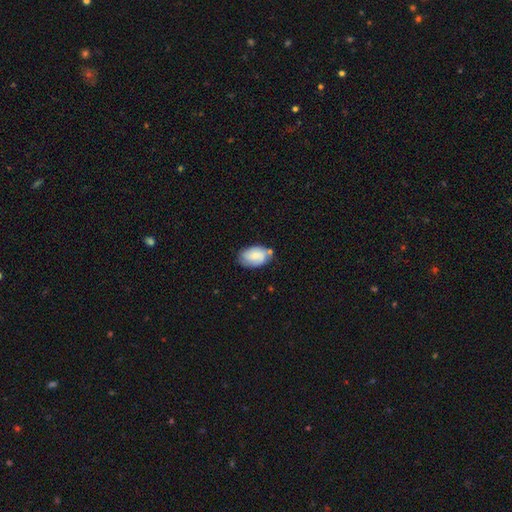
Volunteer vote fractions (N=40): smooth 57%, featured or disk 42%, star or artifact 0%. Down the decision tree: how rounded — in between (96%); merging — none (75%).